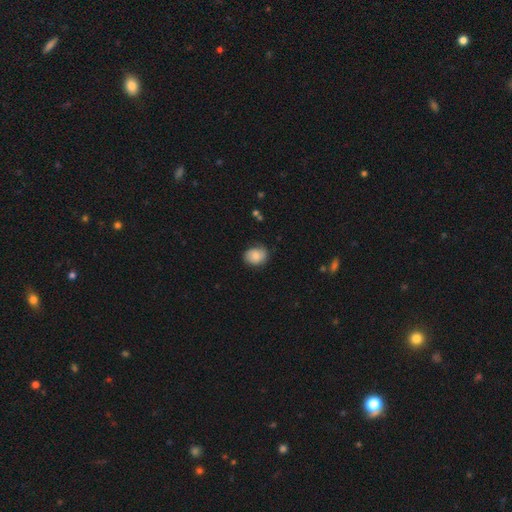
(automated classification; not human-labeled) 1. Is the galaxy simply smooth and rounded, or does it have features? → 72% smooth, 20% featured or disk, 8% star or artifact.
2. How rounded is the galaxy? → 56% round, 43% in between, 1% cigar-shaped.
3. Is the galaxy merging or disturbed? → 72% none, 22% minor disturbance, 5% major disturbance, 1% merger.